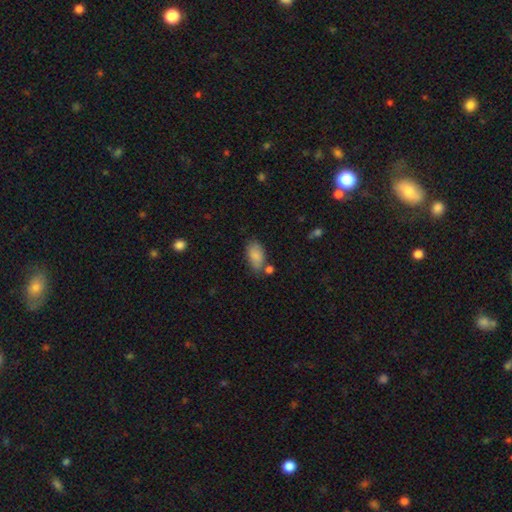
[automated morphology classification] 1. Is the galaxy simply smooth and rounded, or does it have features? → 86% smooth, 7% star or artifact, 7% featured or disk.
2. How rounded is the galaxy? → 92% in between, 5% round, 2% cigar-shaped.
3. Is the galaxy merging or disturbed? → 63% none, 19% minor disturbance, 12% merger, 5% major disturbance.